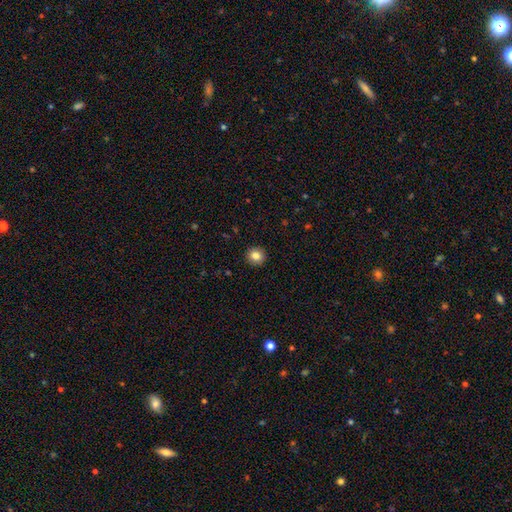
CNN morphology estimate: type=smooth (85%); roundness=round (91%); merging=none (92%).